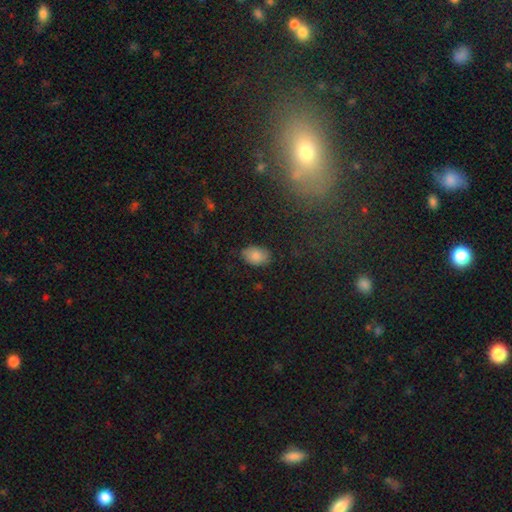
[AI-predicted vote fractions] Smooth or featured?
  - smooth: 84% *
  - star or artifact: 8%
  - featured or disk: 7%
How rounded?
  - in between: 84% *
  - round: 15%
  - cigar-shaped: 1%
Merging?
  - none: 78% *
  - minor disturbance: 17%
  - major disturbance: 4%
  - merger: 1%